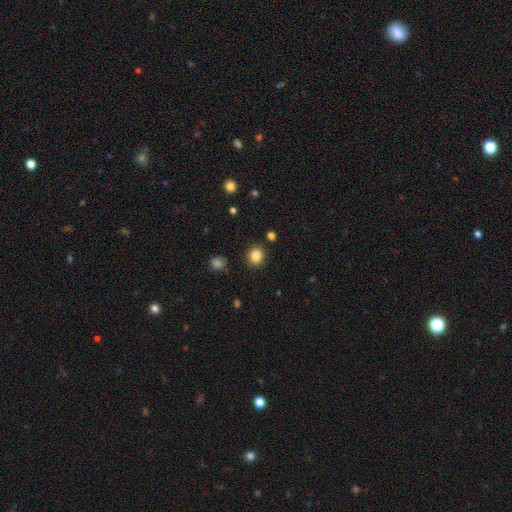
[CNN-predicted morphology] This is clearly a smooth galaxy (85%). How rounded: likely round (68%). Merging: clearly none (87%).